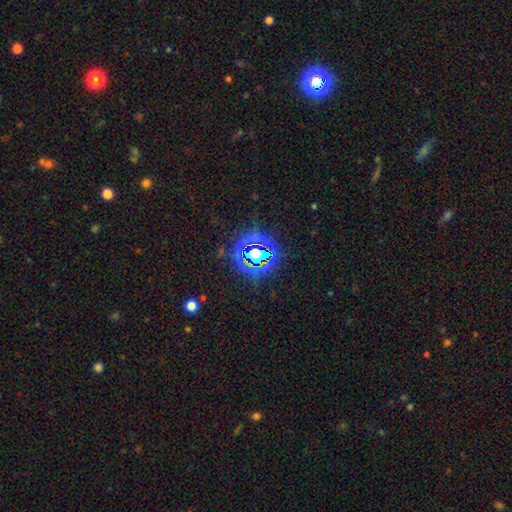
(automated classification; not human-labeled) Smooth or featured: star or artifact — 79% (smooth — 14%)